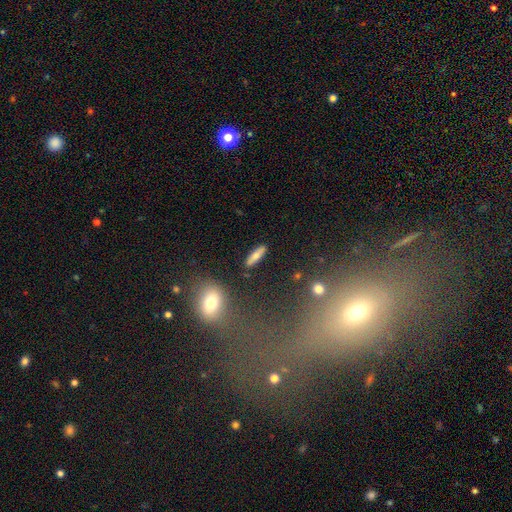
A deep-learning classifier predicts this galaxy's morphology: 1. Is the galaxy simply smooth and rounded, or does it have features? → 68% smooth, 23% featured or disk, 8% star or artifact.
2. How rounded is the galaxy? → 69% cigar-shaped, 28% in between, 3% round.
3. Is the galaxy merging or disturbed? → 86% none, 8% minor disturbance, 3% merger, 2% major disturbance.